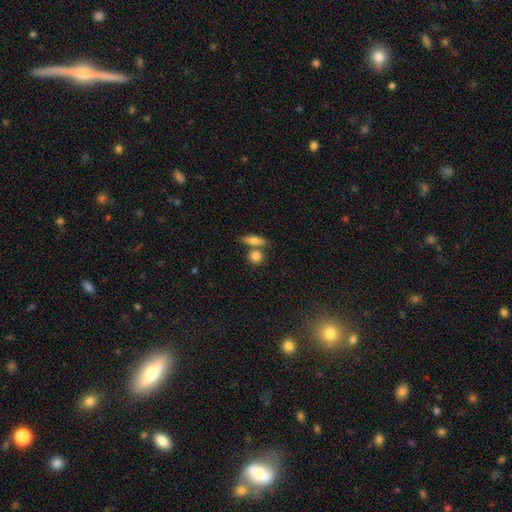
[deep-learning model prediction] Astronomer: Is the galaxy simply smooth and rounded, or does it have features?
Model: smooth — 83%.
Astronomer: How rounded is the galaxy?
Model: round — 69%.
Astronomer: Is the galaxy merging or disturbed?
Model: none — 59%.